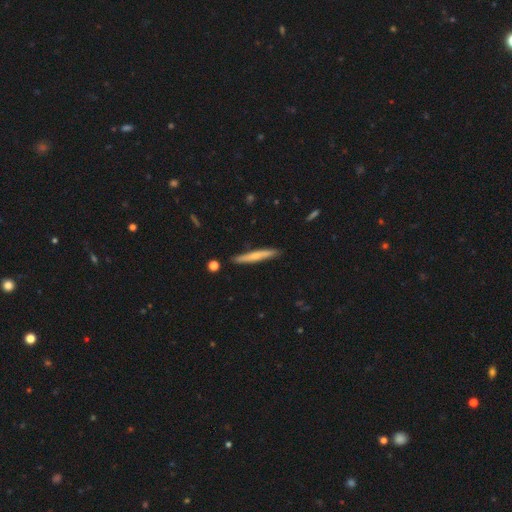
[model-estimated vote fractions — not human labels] Overall: smooth (50%; featured or disk 44%). Merging: none (88%).